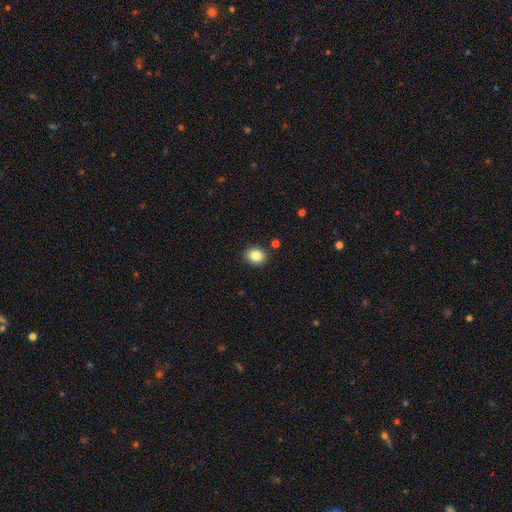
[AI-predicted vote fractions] smooth_or_featured: smooth (p=0.85) [alt: star or artifact p=0.09]
how_rounded: round (p=0.64) [alt: in between p=0.36]
merging: none (p=0.89) [alt: minor disturbance p=0.07]